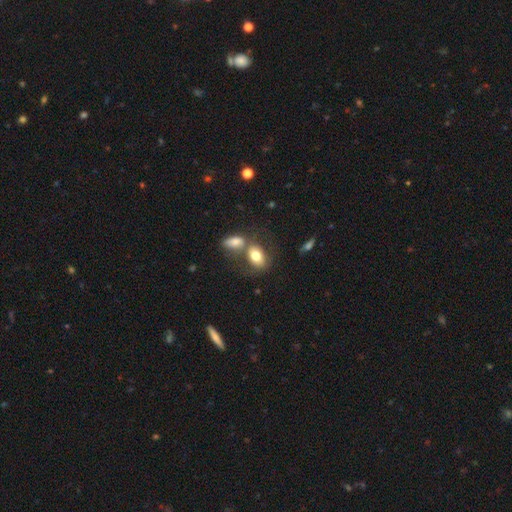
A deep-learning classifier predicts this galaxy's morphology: smooth-or-featured: smooth: 76% | featured or disk: 17% | star or artifact: 8%
  how-rounded: in between: 82% | round: 16% | cigar-shaped: 2%
  merging: none: 42% | merger: 40% | minor disturbance: 12% | major disturbance: 6%